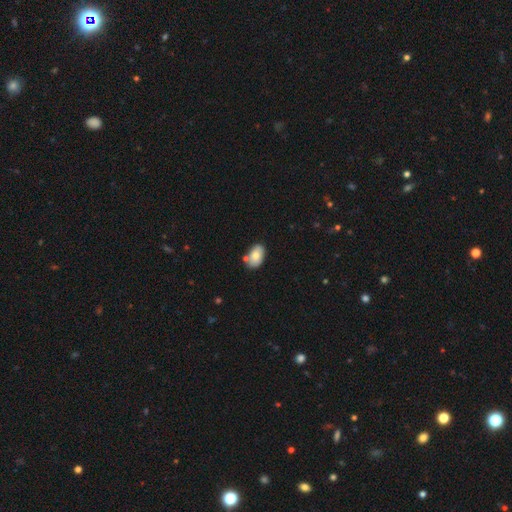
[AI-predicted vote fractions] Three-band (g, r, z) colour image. It shows a smooth galaxy with no disk features (76%) that is in between round and cigar-shaped (91%). Merging: none (71%).